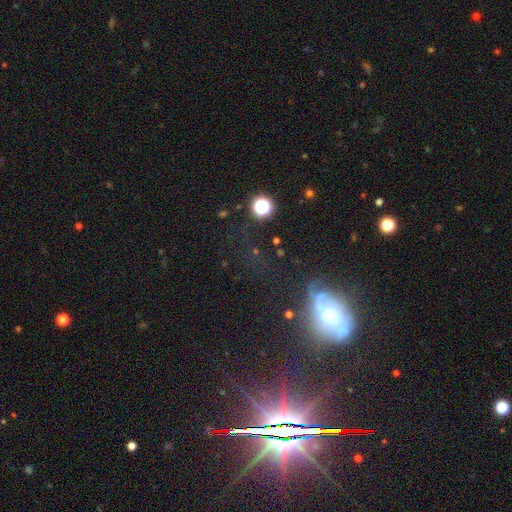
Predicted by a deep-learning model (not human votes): A star or artifact, not a galaxy (50%).